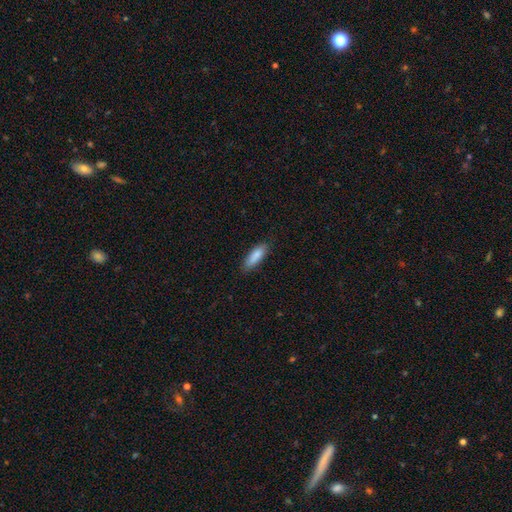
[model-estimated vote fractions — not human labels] Smooth or featured? Predicted: smooth (p=0.86). How rounded? Predicted: cigar-shaped (p=0.50). Merging? Predicted: none (p=0.83).